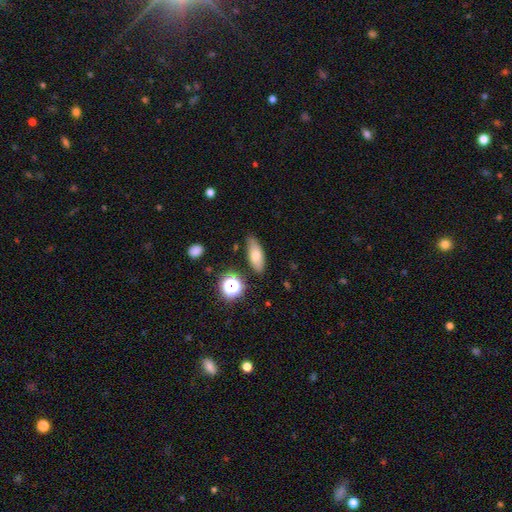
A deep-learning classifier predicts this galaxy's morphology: Smooth or featured? smooth (69%)
How rounded? in between (69%)
Merging? none (82%)